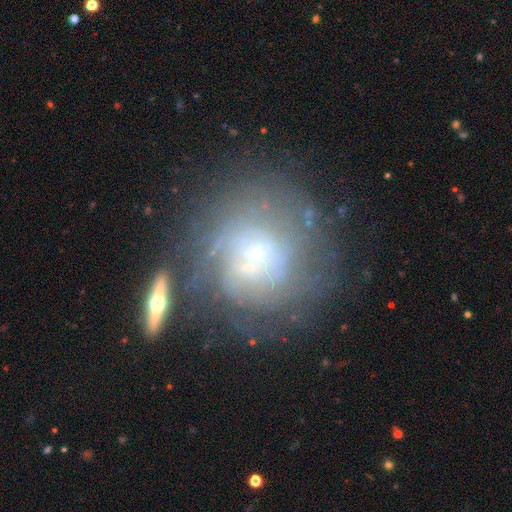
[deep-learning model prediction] A featured or disk galaxy (61%) with no bar (72%), spiral arms (63%) and a small central bulge (66%).

Vote fractions:
- Smooth or featured? featured or disk: 61% / smooth: 26% / star or artifact: 13%
- Edge-on disk? no: 94% / yes: 6%
- Bar? no: 72% / weak: 22% / strong: 6%
- Spiral arms? yes: 63% / no: 37%
- Bulge size? small: 66% / moderate: 16% / none: 12% / large: 4% / dominant: 2%
- Merging? none: 57% / minor disturbance: 17% / major disturbance: 14% / merger: 12%